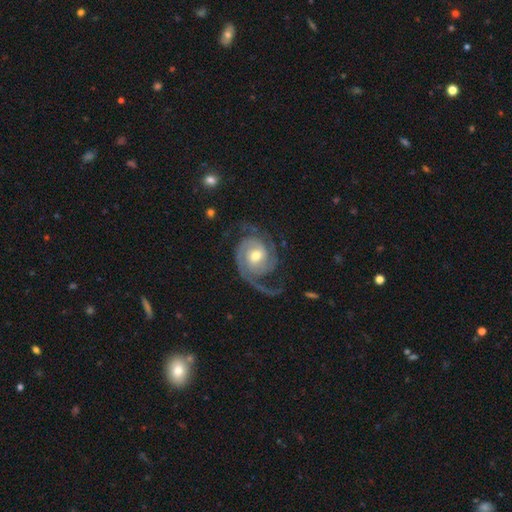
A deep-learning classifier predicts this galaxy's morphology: Overall: featured or disk (91%). Edge-on disk: no (98%). Bar: no (56%; weak 34%). Spiral arms: yes (98%). Spiral arm count: 2 (67%). Spiral winding: tight (45%; medium 39%). Bulge size: moderate (66%). Merging: none (66%).